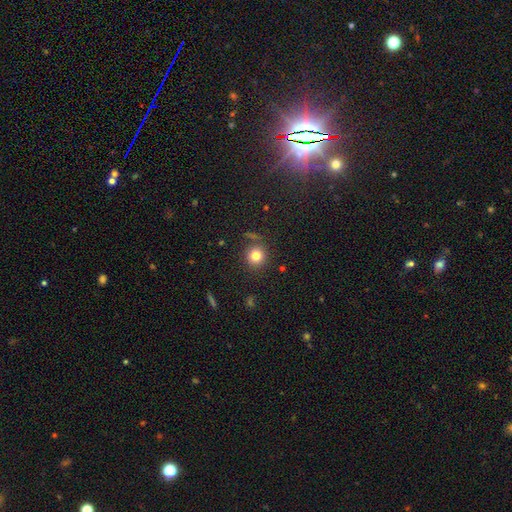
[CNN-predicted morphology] This appears to be a smooth galaxy with no disk features (78%) that is round (92%). Merging: none (84%).